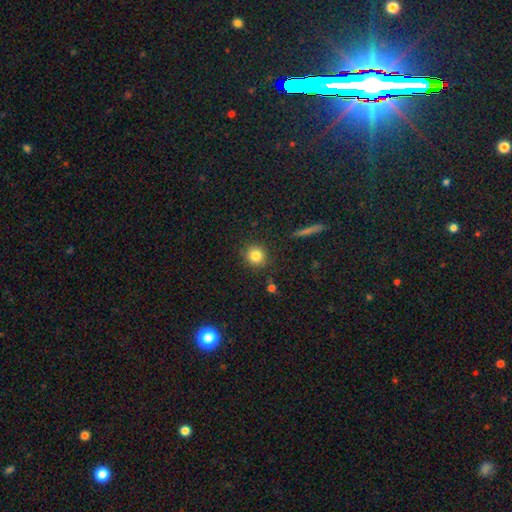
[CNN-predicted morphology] This is clearly a smooth galaxy (83%). How rounded: clearly round (91%). Merging: clearly none (89%).